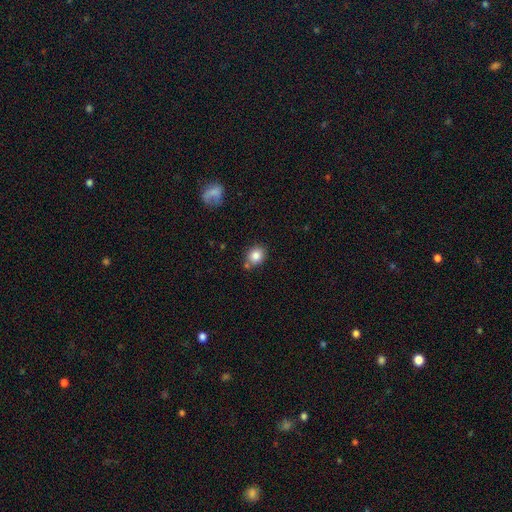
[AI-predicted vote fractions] The model was most divided on "how rounded": round: 65%, in between: 34%, cigar-shaped: 1%. More confident: smooth or featured — smooth (84%); merging — none (71%).